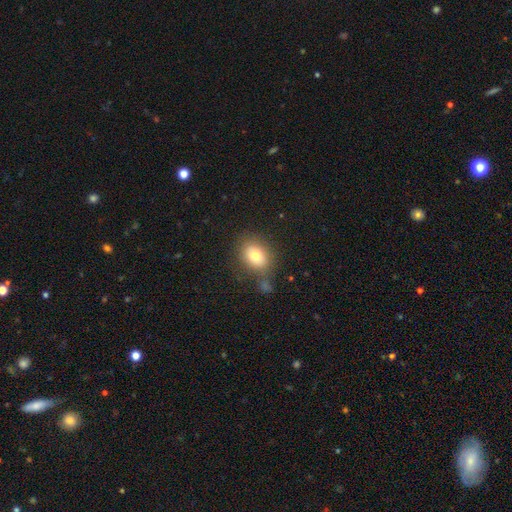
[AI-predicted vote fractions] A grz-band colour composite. It shows a smooth galaxy with no disk features (77%) that is in between round and cigar-shaped (53%). Merging: none (69%).